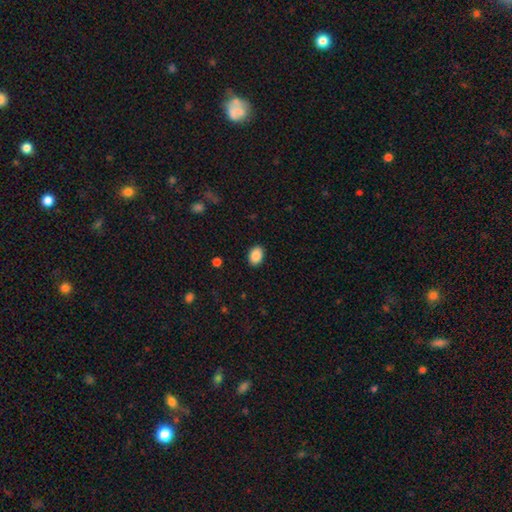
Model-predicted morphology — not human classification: Smooth or featured? Predicted: smooth (p=0.89). How rounded? Predicted: in between (p=0.82). Merging? Predicted: none (p=0.89).